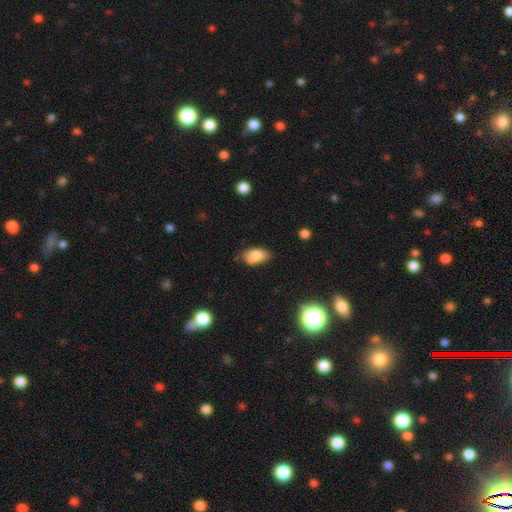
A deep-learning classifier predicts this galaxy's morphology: Smooth or featured?
  - smooth: 77% *
  - featured or disk: 14%
  - star or artifact: 9%
How rounded?
  - in between: 90% *
  - round: 7%
  - cigar-shaped: 3%
Merging?
  - none: 57% *
  - minor disturbance: 27%
  - merger: 10%
  - major disturbance: 6%